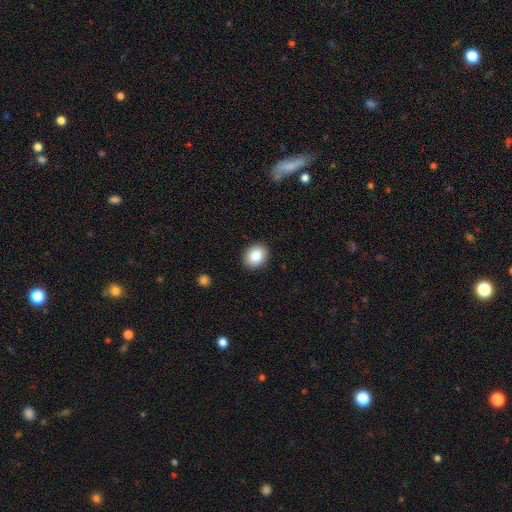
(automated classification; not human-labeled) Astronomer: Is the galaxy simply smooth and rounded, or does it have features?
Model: smooth — 85%.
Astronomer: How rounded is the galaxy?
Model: round — 55% (runner-up: in between, 44%).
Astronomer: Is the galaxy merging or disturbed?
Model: none — 91%.